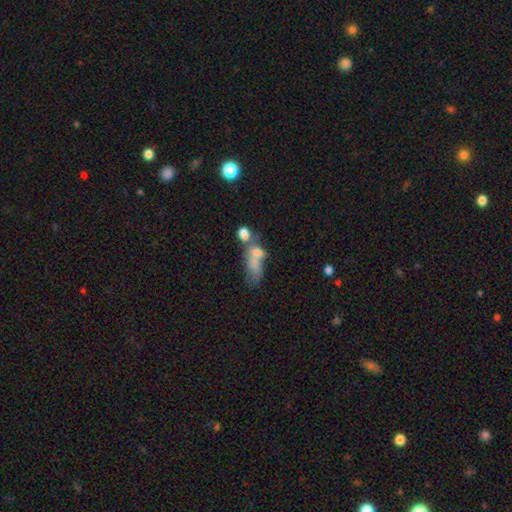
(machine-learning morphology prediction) A smooth galaxy with no disk features (62%) that is in between round and cigar-shaped (70%). Merging: merger (51%).